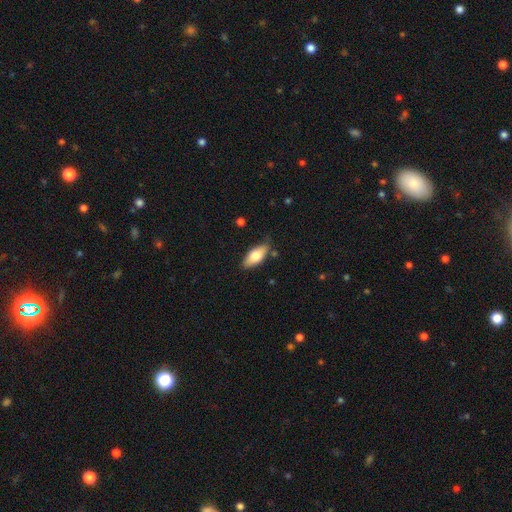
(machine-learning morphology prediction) Smooth or featured?
  - smooth: 73% *
  - featured or disk: 21%
  - star or artifact: 6%
How rounded?
  - in between: 84% *
  - cigar-shaped: 13%
  - round: 3%
Merging?
  - none: 78% *
  - minor disturbance: 17%
  - major disturbance: 3%
  - merger: 2%